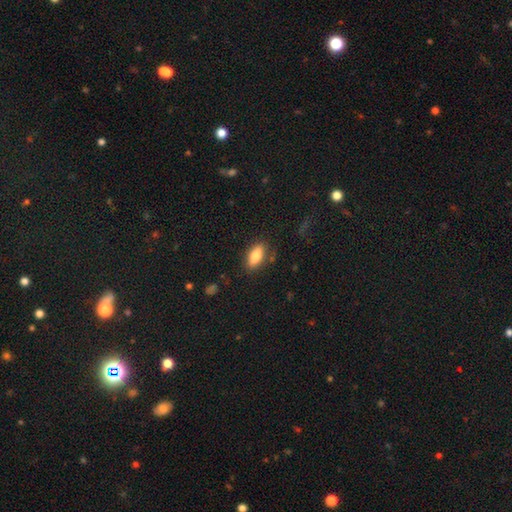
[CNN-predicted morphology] The model was most divided on "smooth or featured": smooth: 77%, featured or disk: 16%, star or artifact: 7%. More confident: merging — none (83%); how rounded — in between (80%).